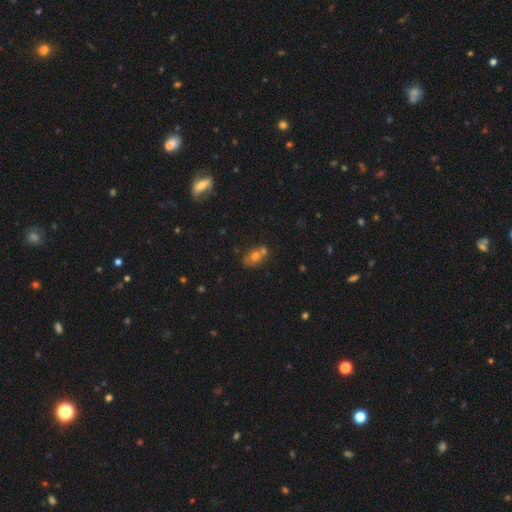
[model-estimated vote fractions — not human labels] The model was most divided on "how rounded" (2-way tie): in between: 49%, round: 49%, cigar-shaped: 2%. Remaining: smooth or featured — smooth (62%); merging — none (43%).